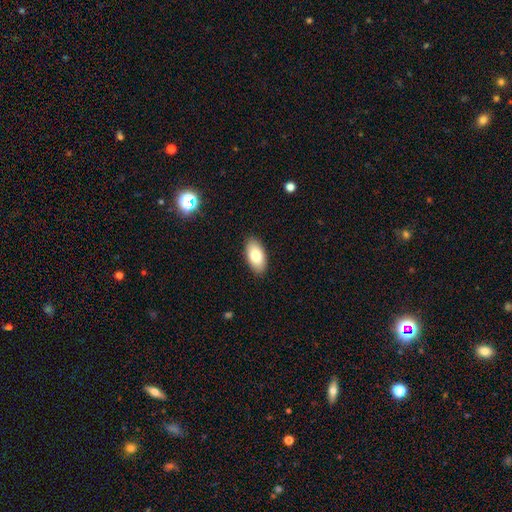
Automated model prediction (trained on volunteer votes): smooth 79%, featured or disk 14%, star or artifact 7%. Down the decision tree: how rounded — in between (94%); merging — none (89%).